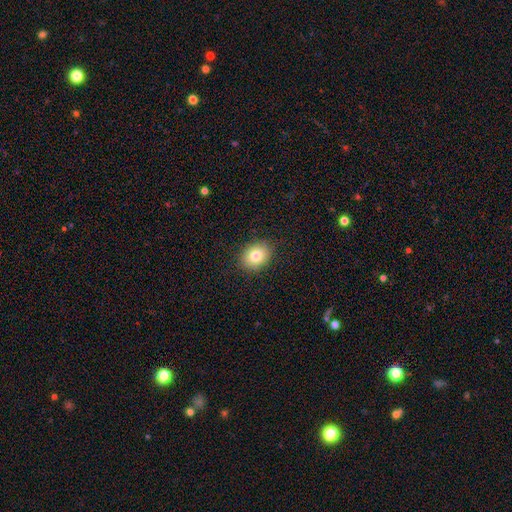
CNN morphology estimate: A smooth galaxy with no disk features (81%) that is in between round and cigar-shaped (56%). Merging: none (88%).